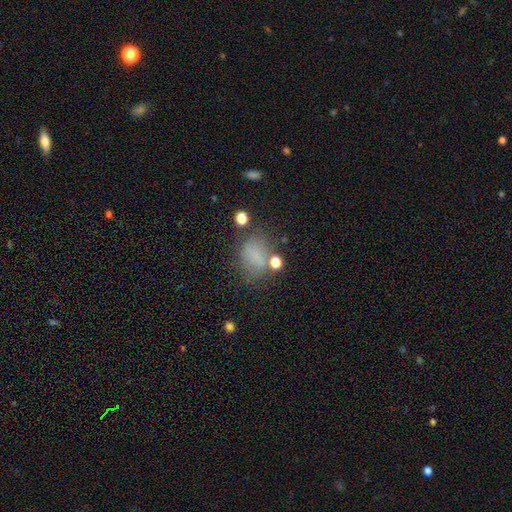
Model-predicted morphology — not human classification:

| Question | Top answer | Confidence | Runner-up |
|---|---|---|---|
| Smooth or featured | smooth | 65% | star or artifact (19%) |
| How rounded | in between | 60% | round (38%) |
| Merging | none | 55% | minor disturbance (22%) |